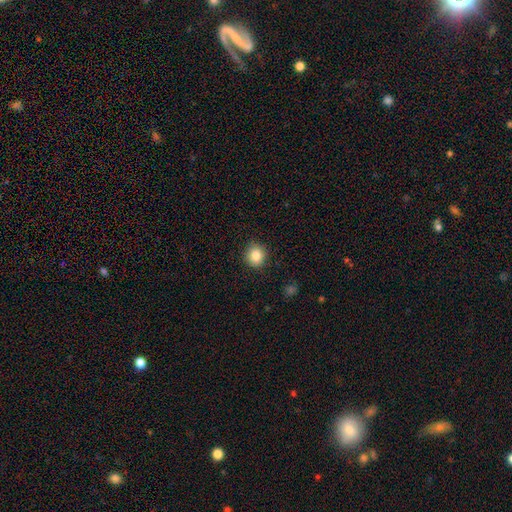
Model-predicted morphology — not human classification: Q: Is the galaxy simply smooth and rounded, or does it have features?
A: smooth — 85%.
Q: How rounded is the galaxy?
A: round — 86%.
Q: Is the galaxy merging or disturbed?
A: none — 90%.